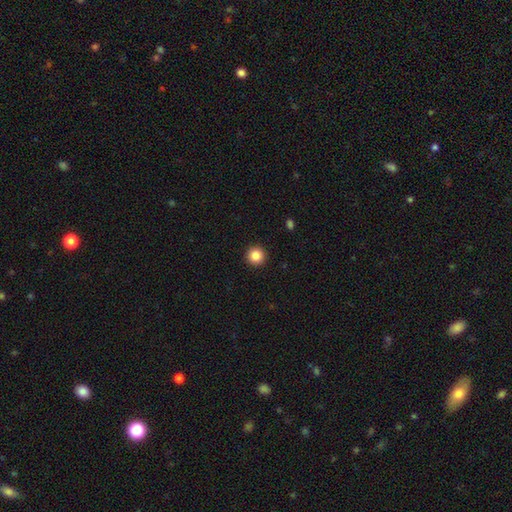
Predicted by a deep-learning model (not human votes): Morphology: type=smooth (85%); roundness=round (96%); merging=none (93%).